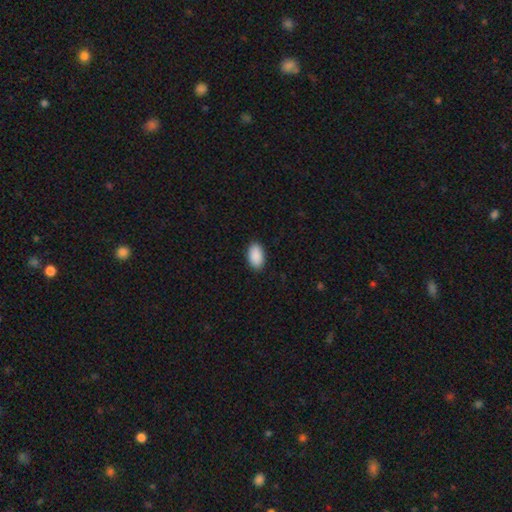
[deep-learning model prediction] A smooth galaxy with no disk features (91%) that is in between round and cigar-shaped (95%).

Vote fractions:
- Smooth or featured? smooth: 91% / star or artifact: 6% / featured or disk: 2%
- How rounded? in between: 95% / round: 4% / cigar-shaped: 1%
- Merging? none: 90% / minor disturbance: 7% / major disturbance: 2% / merger: 1%